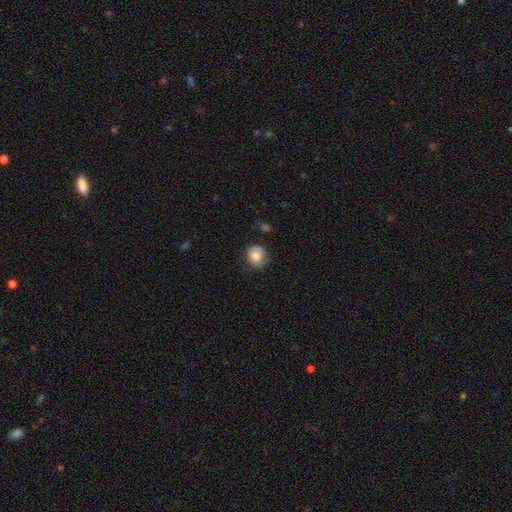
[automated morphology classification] Q: Smooth or featured?
A: smooth (74%); runner-up: featured or disk (17%)
Q: How rounded?
A: round (76%); runner-up: in between (23%)
Q: Merging?
A: none (73%); runner-up: minor disturbance (20%)